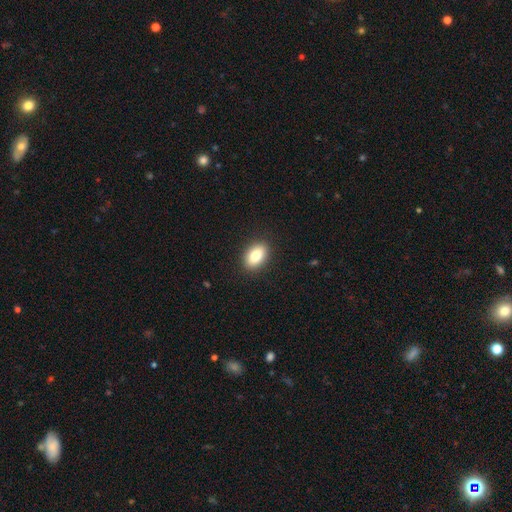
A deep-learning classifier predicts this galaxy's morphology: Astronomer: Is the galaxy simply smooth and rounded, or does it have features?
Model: smooth — 85%.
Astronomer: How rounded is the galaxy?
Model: in between — 90%.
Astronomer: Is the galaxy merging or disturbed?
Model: none — 89%.